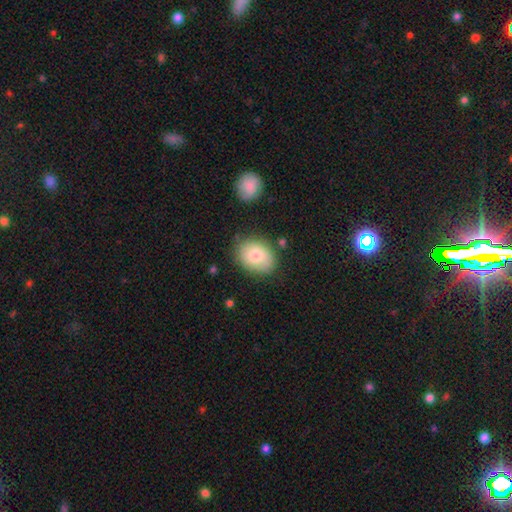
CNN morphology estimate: Smooth or featured?
  - smooth: 79% *
  - featured or disk: 14%
  - star or artifact: 7%
How rounded?
  - in between: 63% *
  - round: 36%
  - cigar-shaped: 1%
Merging?
  - none: 77% *
  - minor disturbance: 16%
  - major disturbance: 4%
  - merger: 3%